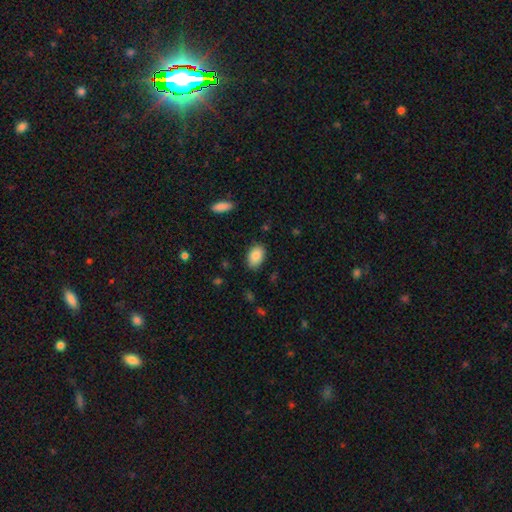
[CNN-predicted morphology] Smooth or featured: smooth — 87% (star or artifact — 7%)
How rounded: in between — 91% (round — 8%)
Merging: none — 84% (minor disturbance — 12%)